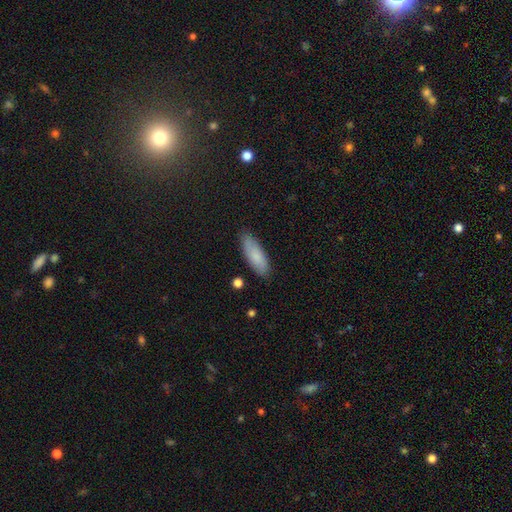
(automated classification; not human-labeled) Q: Smooth or featured?
A: smooth (81%); runner-up: featured or disk (13%)
Q: How rounded?
A: in between (63%); runner-up: cigar-shaped (36%)
Q: Merging?
A: none (83%); runner-up: minor disturbance (13%)